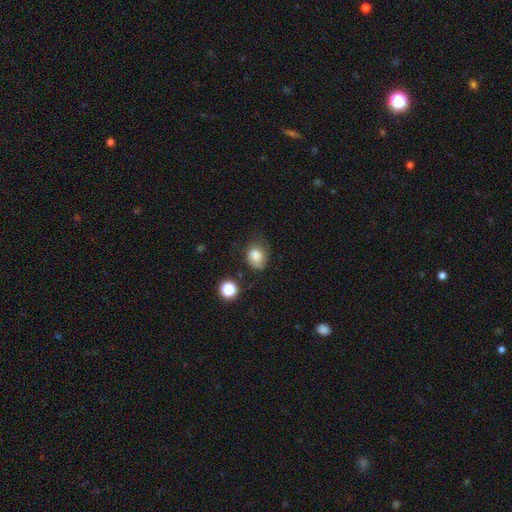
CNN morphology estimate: Smooth or featured?
  - smooth: 77% *
  - featured or disk: 12%
  - star or artifact: 11%
How rounded?
  - round: 52% *
  - in between: 47%
  - cigar-shaped: 1%
Merging?
  - none: 52% *
  - minor disturbance: 32%
  - major disturbance: 13%
  - merger: 3%